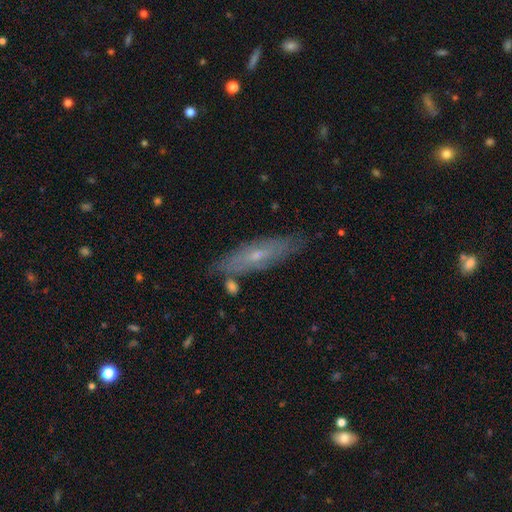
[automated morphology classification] smooth_or_featured: featured or disk (p=0.56) [alt: smooth p=0.36]
disk_edge_on: no (p=0.51) [alt: yes p=0.49]
merging: none (p=0.79) [alt: minor disturbance p=0.15]